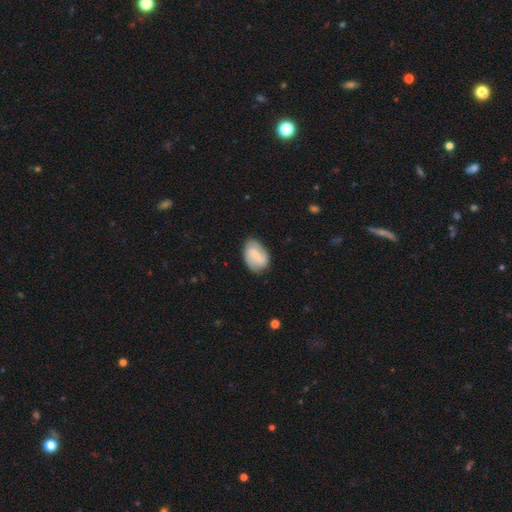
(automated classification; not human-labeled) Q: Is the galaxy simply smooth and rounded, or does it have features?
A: featured or disk — 48%.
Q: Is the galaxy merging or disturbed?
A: none — 77%.